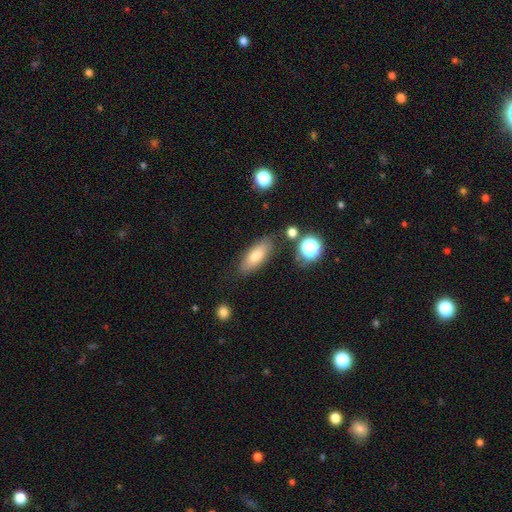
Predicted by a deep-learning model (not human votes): smooth_or_featured: smooth (p=0.74) [alt: featured or disk p=0.18]
how_rounded: in between (p=0.77) [alt: cigar-shaped p=0.20]
merging: none (p=0.78) [alt: minor disturbance p=0.14]